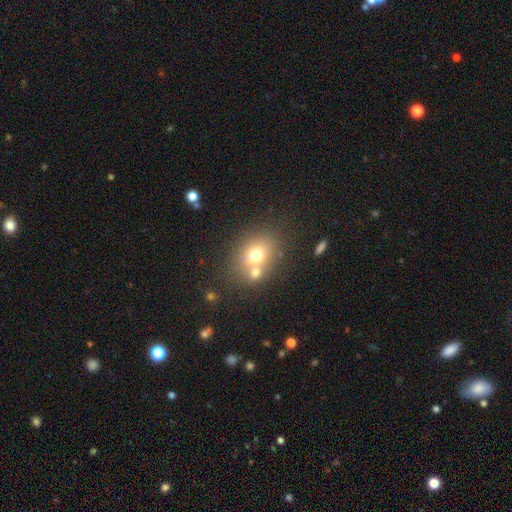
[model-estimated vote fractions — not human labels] Smooth or featured? smooth (69%)
How rounded? round (49%, tied with in between)
Merging? none (50%)